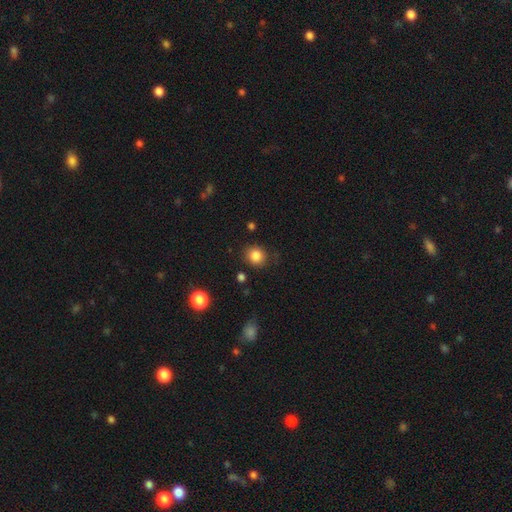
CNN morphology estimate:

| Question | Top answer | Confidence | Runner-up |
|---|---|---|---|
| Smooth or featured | smooth | 85% | star or artifact (11%) |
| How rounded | round | 84% | in between (15%) |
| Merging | none | 84% | minor disturbance (10%) |